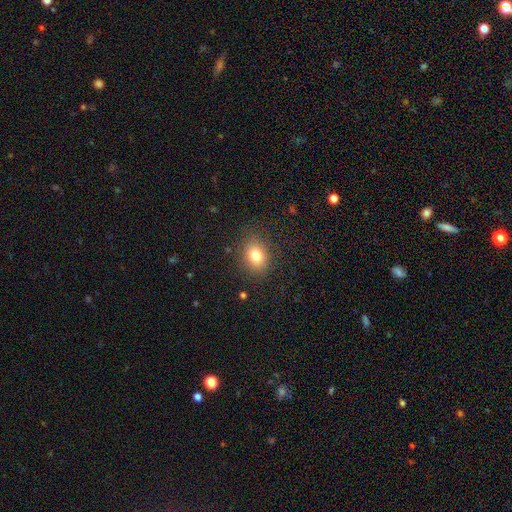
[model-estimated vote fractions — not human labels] This is likely a smooth galaxy (79%). How rounded: possibly in between (54%). Merging: clearly none (85%).